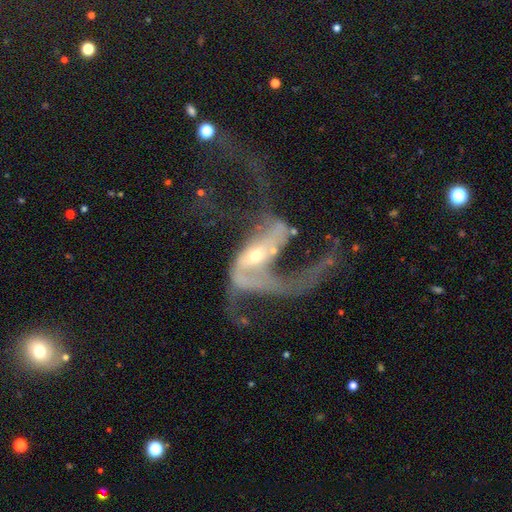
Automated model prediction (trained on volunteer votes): Smooth or featured? Predicted: featured or disk (p=0.81). Edge-on disk? Predicted: no (p=0.95). Bar? Predicted: no (p=0.47). Spiral arms? Predicted: yes (p=0.79). Spiral winding? Predicted: loose (p=0.78). Spiral arm count? Predicted: 2 (p=0.52). Bulge size? Predicted: small (p=0.46). Merging? Predicted: major disturbance (p=0.54).